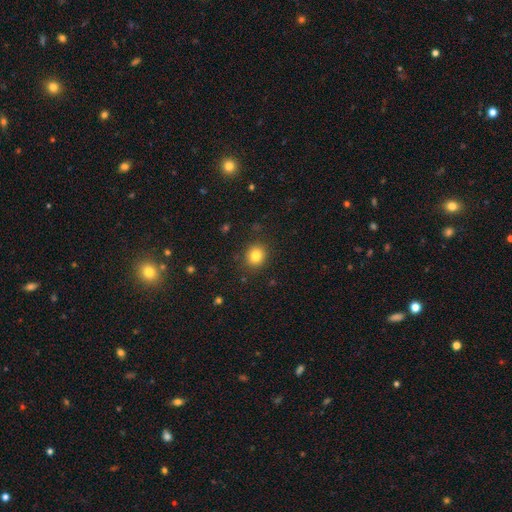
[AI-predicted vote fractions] A smooth galaxy with no disk features (81%) that is round (81%).

Vote fractions:
- Smooth or featured? smooth: 81% / star or artifact: 12% / featured or disk: 7%
- How rounded? round: 81% / in between: 18% / cigar-shaped: 1%
- Merging? none: 88% / minor disturbance: 8% / major disturbance: 3% / merger: 1%